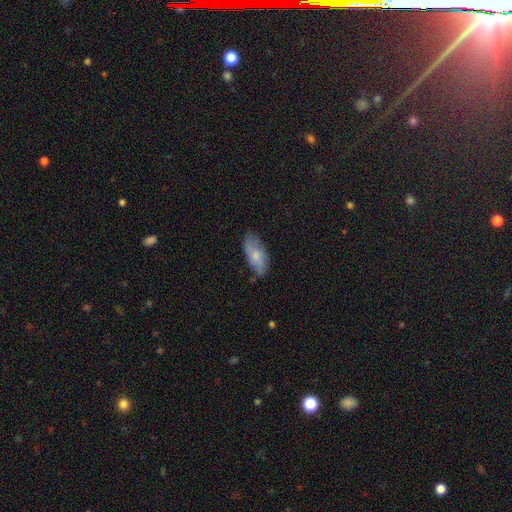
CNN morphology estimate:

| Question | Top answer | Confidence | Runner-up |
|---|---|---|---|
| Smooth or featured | smooth | 63% | featured or disk (31%) |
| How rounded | in between | 87% | cigar-shaped (10%) |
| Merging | none | 67% | minor disturbance (26%) |